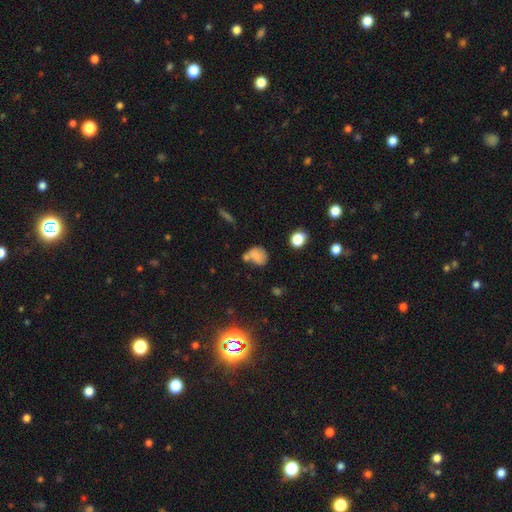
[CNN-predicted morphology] smooth_or_featured: smooth (p=0.71) [alt: star or artifact p=0.15]
how_rounded: round (p=0.50) [alt: in between p=0.48]
merging: none (p=0.39) [alt: merger p=0.30]